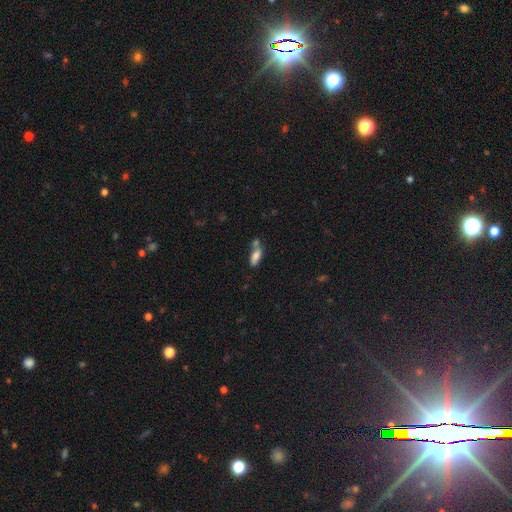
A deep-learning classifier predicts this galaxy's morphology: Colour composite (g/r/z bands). It shows a smooth galaxy with no disk features (79%) that is in between round and cigar-shaped (76%). Merging: none (40%).